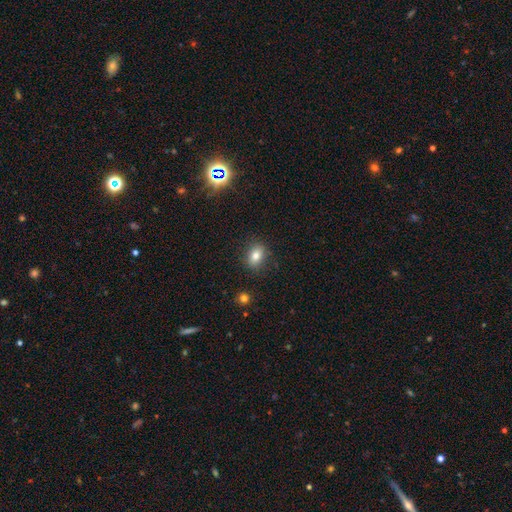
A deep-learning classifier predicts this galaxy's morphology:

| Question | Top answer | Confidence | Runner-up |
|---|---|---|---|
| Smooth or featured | smooth | 80% | star or artifact (11%) |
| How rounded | in between | 74% | round (24%) |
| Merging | none | 84% | minor disturbance (11%) |